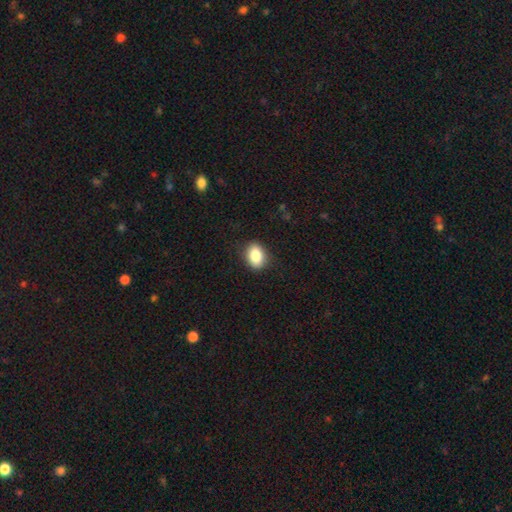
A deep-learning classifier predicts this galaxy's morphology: Smooth or featured: smooth — 87% (star or artifact — 8%)
How rounded: in between — 79% (round — 19%)
Merging: none — 85% (minor disturbance — 11%)